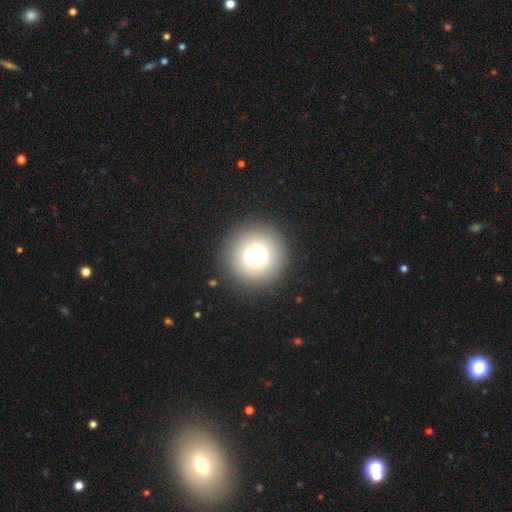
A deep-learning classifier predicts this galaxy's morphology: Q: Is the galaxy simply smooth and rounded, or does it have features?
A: smooth — 72%.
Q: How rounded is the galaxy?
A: round — 96%.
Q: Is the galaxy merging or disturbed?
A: none — 89%.